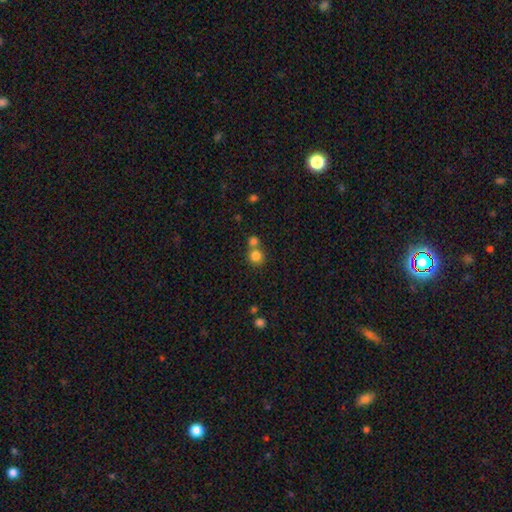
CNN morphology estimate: smooth 81%, star or artifact 11%, featured or disk 7%. Down the decision tree: how rounded — round (89%); merging — none (52%).